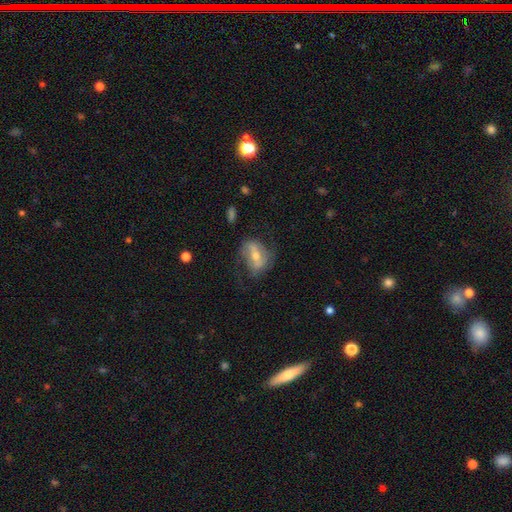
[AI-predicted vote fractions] This appears to be a featured or disk galaxy (63%) with a weak bar (38%), spiral arms (69%) and a moderate central bulge (55%). Merging: none (57%).